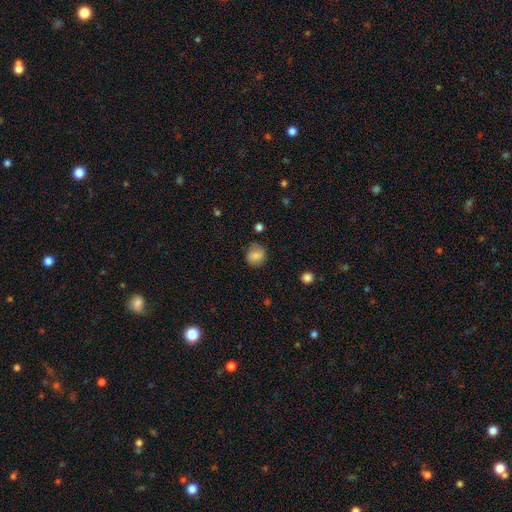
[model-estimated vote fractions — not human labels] Smooth or featured?
  - smooth: 81% *
  - featured or disk: 9%
  - star or artifact: 9%
How rounded?
  - round: 80% *
  - in between: 19%
  - cigar-shaped: 1%
Merging?
  - none: 76% *
  - minor disturbance: 17%
  - major disturbance: 5%
  - merger: 2%